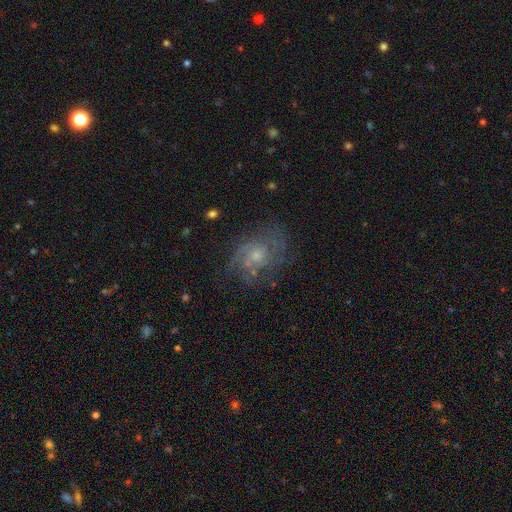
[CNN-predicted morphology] Q: Smooth or featured?
A: featured or disk (76%); runner-up: smooth (14%)
Q: Edge-on disk?
A: no (97%); runner-up: yes (3%)
Q: Bar?
A: no (72%); runner-up: weak (25%)
Q: Spiral arms?
A: yes (90%); runner-up: no (10%)
Q: Spiral winding?
A: tight (45%); runner-up: medium (41%)
Q: Spiral arm count?
A: can't tell (34%); runner-up: 2 (28%)
Q: Bulge size?
A: small (46%); runner-up: moderate (44%)
Q: Merging?
A: none (68%); runner-up: minor disturbance (19%)